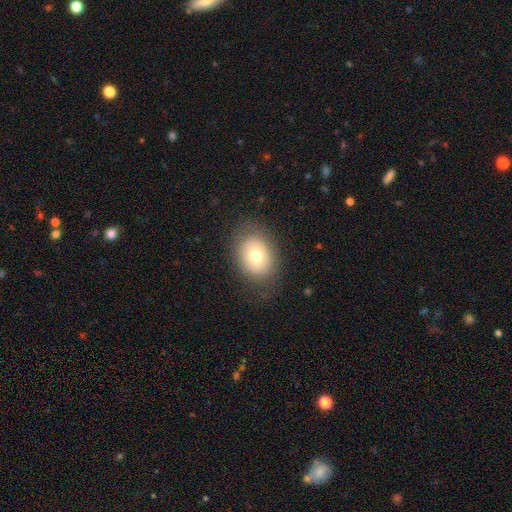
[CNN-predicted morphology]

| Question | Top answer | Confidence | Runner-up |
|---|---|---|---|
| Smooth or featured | smooth | 70% | featured or disk (21%) |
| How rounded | in between | 65% | round (34%) |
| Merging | none | 80% | minor disturbance (14%) |